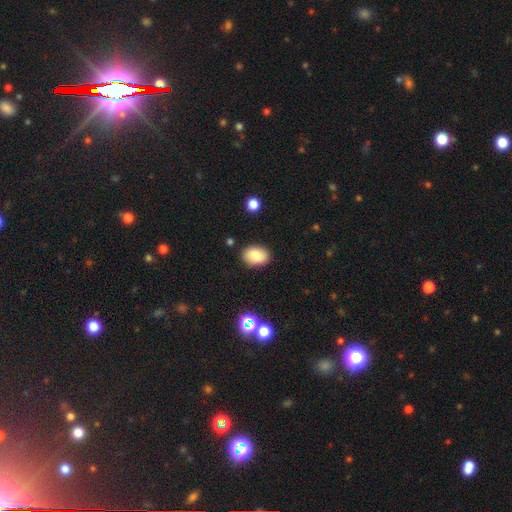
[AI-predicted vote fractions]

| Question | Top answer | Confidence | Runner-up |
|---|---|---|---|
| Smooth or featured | smooth | 84% | star or artifact (9%) |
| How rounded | in between | 79% | round (20%) |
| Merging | none | 87% | minor disturbance (9%) |